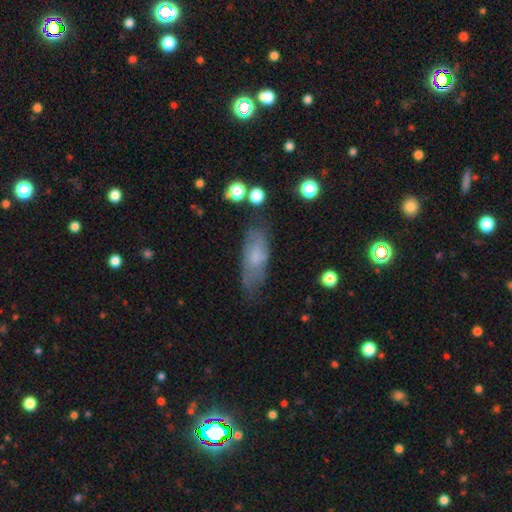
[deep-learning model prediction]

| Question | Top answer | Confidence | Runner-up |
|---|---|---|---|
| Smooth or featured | smooth | 63% | featured or disk (29%) |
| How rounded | in between | 75% | cigar-shaped (22%) |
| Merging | none | 63% | minor disturbance (25%) |